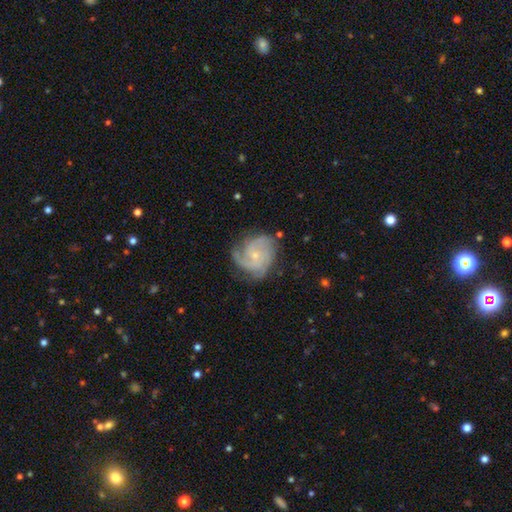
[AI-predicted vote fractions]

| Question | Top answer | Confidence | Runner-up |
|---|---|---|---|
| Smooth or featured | featured or disk | 86% | smooth (9%) |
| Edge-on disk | no | 98% | yes (2%) |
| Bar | no | 72% | weak (24%) |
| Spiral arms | yes | 97% | no (3%) |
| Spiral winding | tight | 52% | medium (39%) |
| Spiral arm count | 3 | 50% | 2 (16%) |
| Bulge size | small | 72% | moderate (23%) |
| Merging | none | 67% | minor disturbance (22%) |